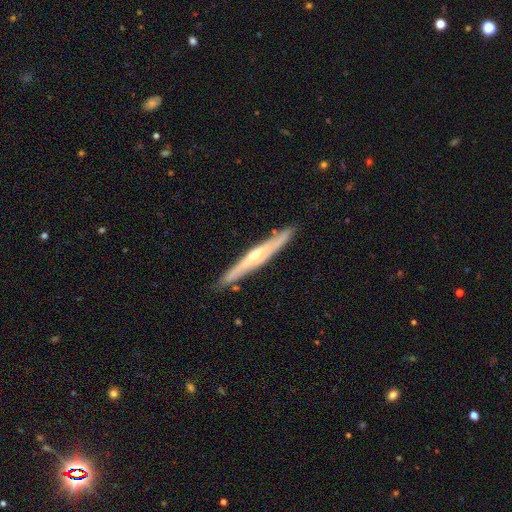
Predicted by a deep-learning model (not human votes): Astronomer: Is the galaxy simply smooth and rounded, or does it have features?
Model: featured or disk — 66%.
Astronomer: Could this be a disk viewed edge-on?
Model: yes — 91%.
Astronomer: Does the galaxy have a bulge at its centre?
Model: rounded — 62%.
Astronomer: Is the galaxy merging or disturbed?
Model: none — 86%.